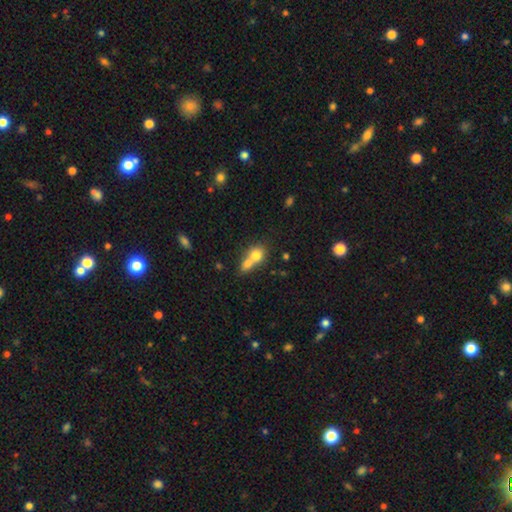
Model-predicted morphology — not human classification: smooth_or_featured: smooth (p=0.73) [alt: featured or disk p=0.17]
how_rounded: round (p=0.54) [alt: in between p=0.41]
merging: merger (p=0.67) [alt: none p=0.22]